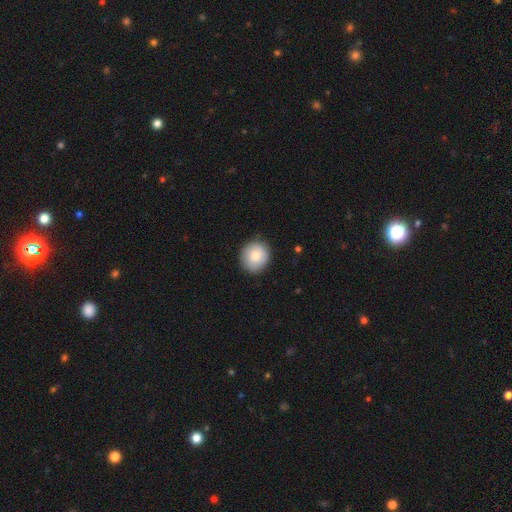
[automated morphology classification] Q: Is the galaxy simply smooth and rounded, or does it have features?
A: smooth — 81%.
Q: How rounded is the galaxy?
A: round — 85%.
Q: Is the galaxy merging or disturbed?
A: none — 87%.